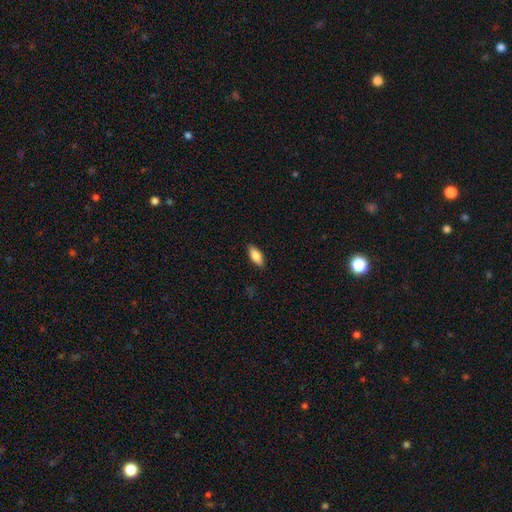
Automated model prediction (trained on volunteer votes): This is clearly a smooth galaxy (82%). How rounded: clearly in between (83%). Merging: clearly none (88%).